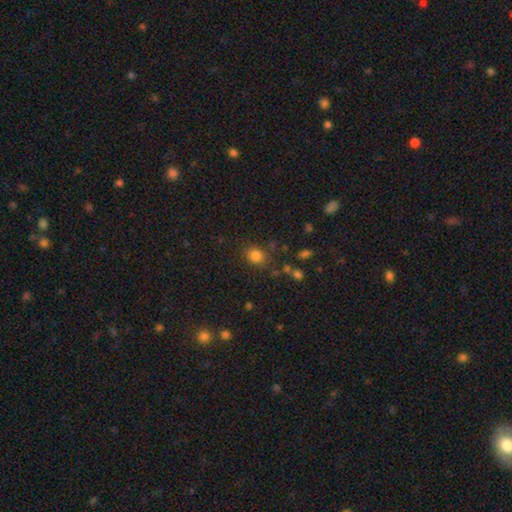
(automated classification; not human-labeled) A smooth galaxy with no disk features (81%) that is round (60%). Merging: none (79%).